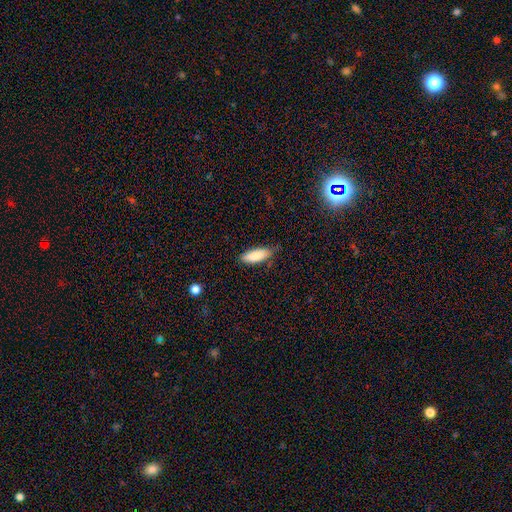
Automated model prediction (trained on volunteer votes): smooth_or_featured: smooth (p=0.85) [alt: featured or disk p=0.08]
how_rounded: in between (p=0.66) [alt: cigar-shaped p=0.32]
merging: none (p=0.70) [alt: minor disturbance p=0.25]